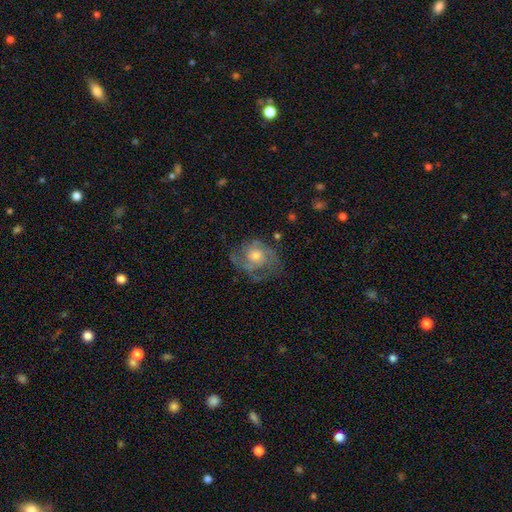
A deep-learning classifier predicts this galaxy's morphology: This appears to be a featured or disk galaxy (67%) with no bar (80%), spiral arms (75%) and a moderate central bulge (58%). Merging: none (56%).